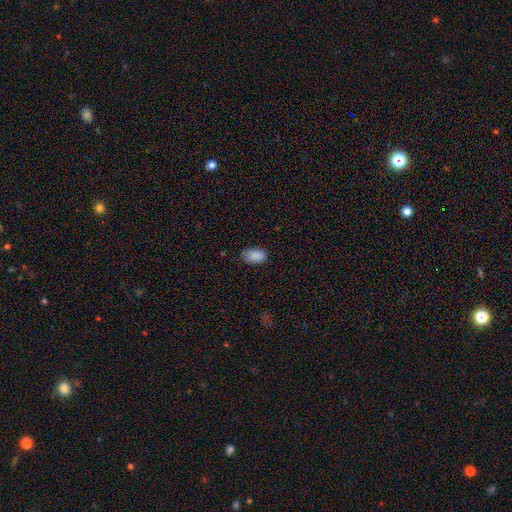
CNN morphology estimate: Smooth or featured? Predicted: smooth (p=0.88). How rounded? Predicted: in between (p=0.92). Merging? Predicted: none (p=0.72).